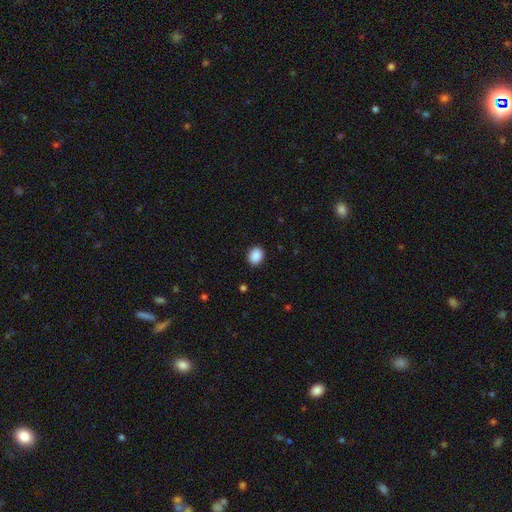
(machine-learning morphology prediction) The model was most divided on "how rounded": round: 56%, in between: 44%, cigar-shaped: 1%. More confident: merging — none (90%); smooth or featured — smooth (90%).